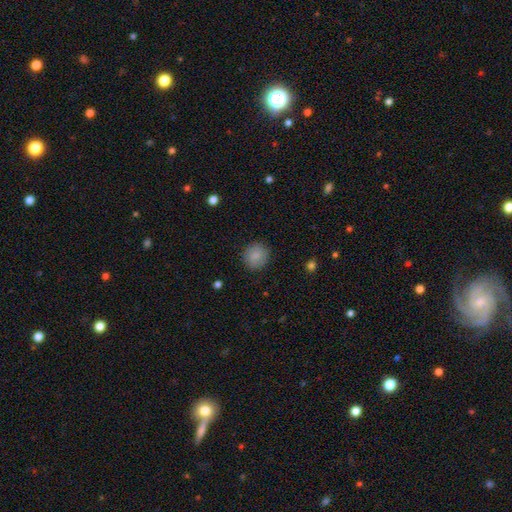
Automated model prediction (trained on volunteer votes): Q: Smooth or featured?
A: smooth (87%); runner-up: star or artifact (8%)
Q: How rounded?
A: round (89%); runner-up: in between (10%)
Q: Merging?
A: none (88%); runner-up: minor disturbance (9%)